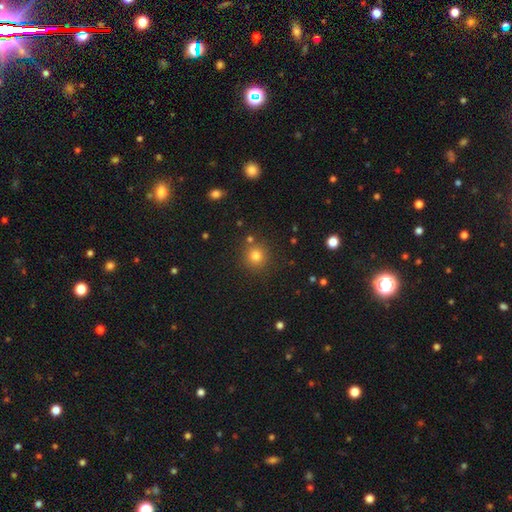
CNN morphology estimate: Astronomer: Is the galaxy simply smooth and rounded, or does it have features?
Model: smooth — 78%.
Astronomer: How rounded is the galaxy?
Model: round — 92%.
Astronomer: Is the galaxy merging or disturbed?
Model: none — 84%.